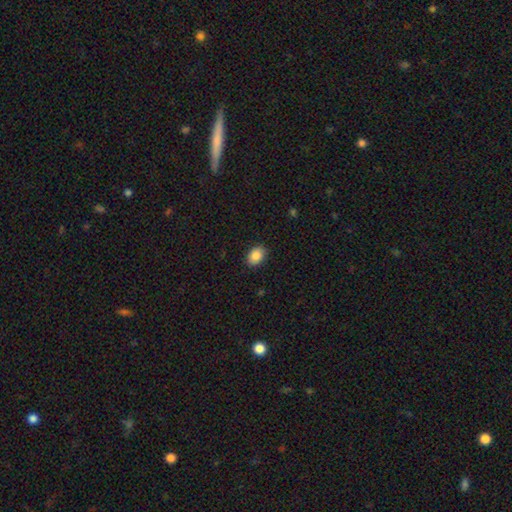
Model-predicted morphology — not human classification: Q: Smooth or featured?
A: smooth (87%); runner-up: star or artifact (8%)
Q: How rounded?
A: in between (81%); runner-up: round (18%)
Q: Merging?
A: none (89%); runner-up: minor disturbance (8%)